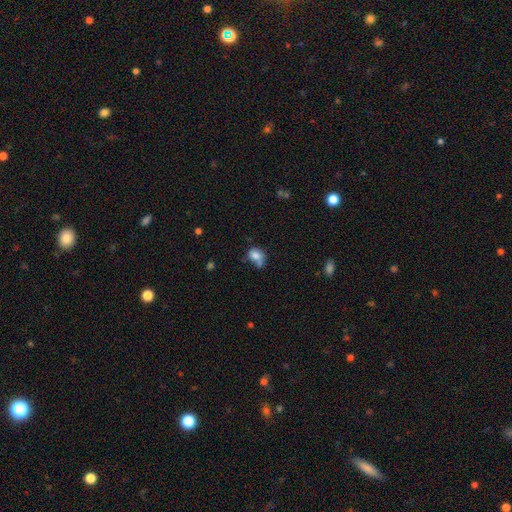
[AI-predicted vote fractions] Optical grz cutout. It shows a smooth galaxy with no disk features (78%) that is in between round and cigar-shaped (58%). Merging: none (36%).